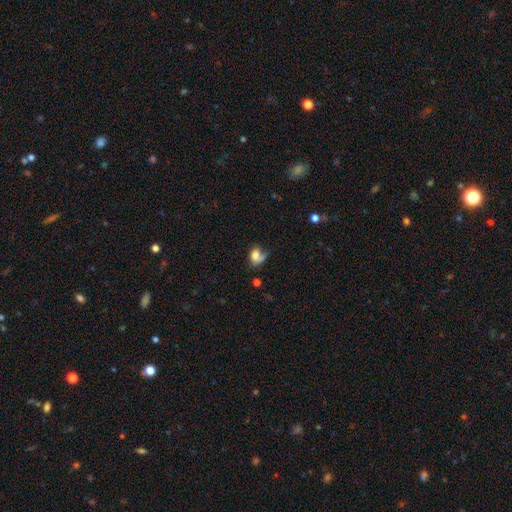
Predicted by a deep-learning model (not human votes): Smooth or featured? smooth (64%)
How rounded? in between (63%)
Merging? none (35%)